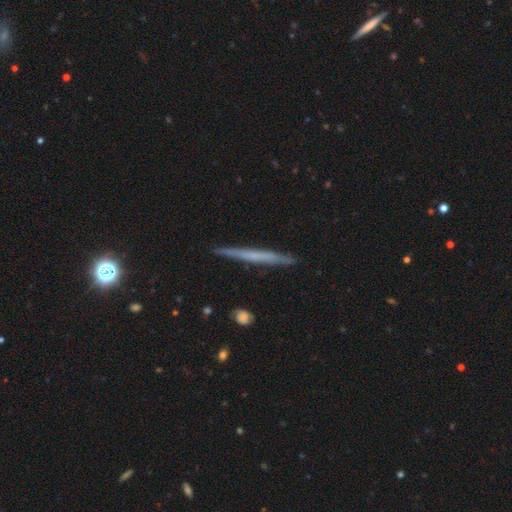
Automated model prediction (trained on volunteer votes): smooth-or-featured: featured or disk: 50% | smooth: 44% | star or artifact: 6%
  merging: none: 91% | minor disturbance: 7% | major disturbance: 1% | merger: 1%